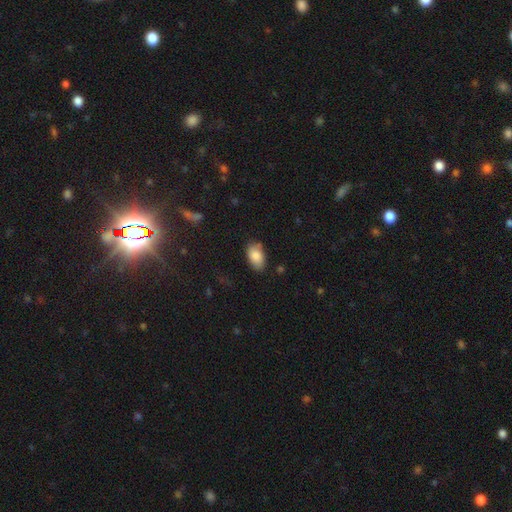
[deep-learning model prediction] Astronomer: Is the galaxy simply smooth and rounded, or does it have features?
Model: smooth — 85%.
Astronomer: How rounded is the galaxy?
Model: in between — 93%.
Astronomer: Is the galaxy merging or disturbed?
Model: none — 77%.